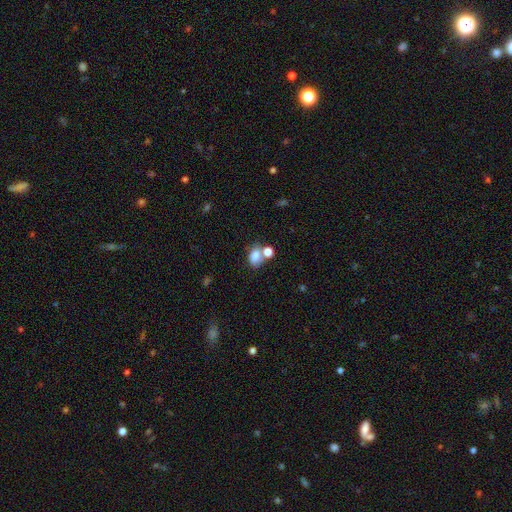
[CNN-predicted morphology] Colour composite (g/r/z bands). It shows a smooth galaxy with no disk features (76%) that is in between round and cigar-shaped (66%). Merging: none (40%).